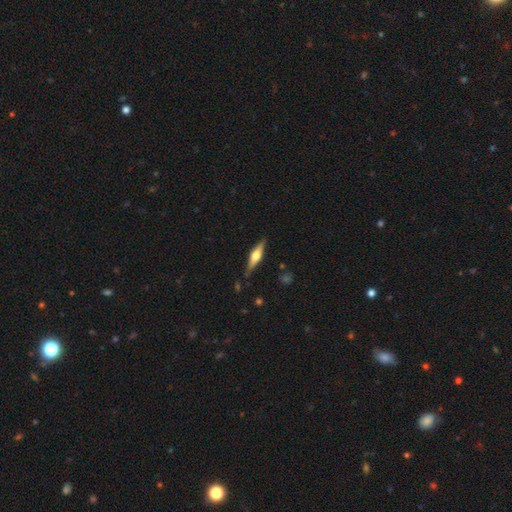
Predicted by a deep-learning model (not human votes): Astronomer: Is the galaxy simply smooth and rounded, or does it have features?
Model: featured or disk — 60%.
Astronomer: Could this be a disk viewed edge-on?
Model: yes — 95%.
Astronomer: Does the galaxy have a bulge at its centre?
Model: rounded — 89%.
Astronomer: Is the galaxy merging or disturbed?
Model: none — 84%.